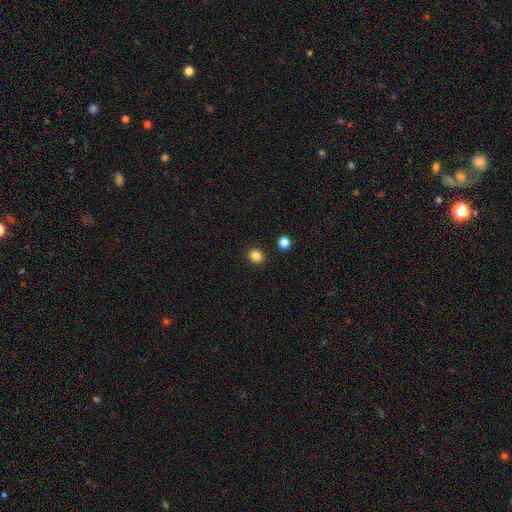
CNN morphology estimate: Smooth or featured: smooth — 84% (star or artifact — 11%)
How rounded: round — 73% (in between — 26%)
Merging: none — 90% (minor disturbance — 6%)